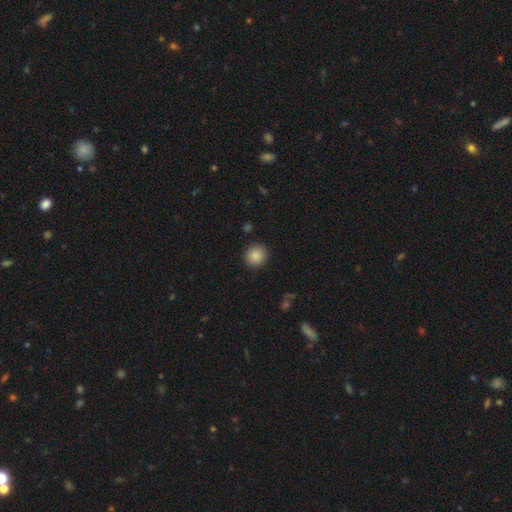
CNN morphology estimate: Smooth or featured?
  - smooth: 86% *
  - star or artifact: 9%
  - featured or disk: 5%
How rounded?
  - round: 92% *
  - in between: 7%
  - cigar-shaped: 1%
Merging?
  - none: 91% *
  - minor disturbance: 6%
  - major disturbance: 2%
  - merger: 1%